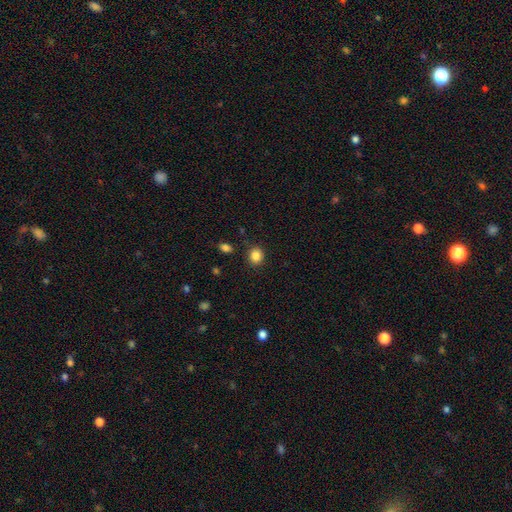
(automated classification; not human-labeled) Smooth or featured? Predicted: smooth (p=0.86). How rounded? Predicted: round (p=0.78). Merging? Predicted: none (p=0.88).